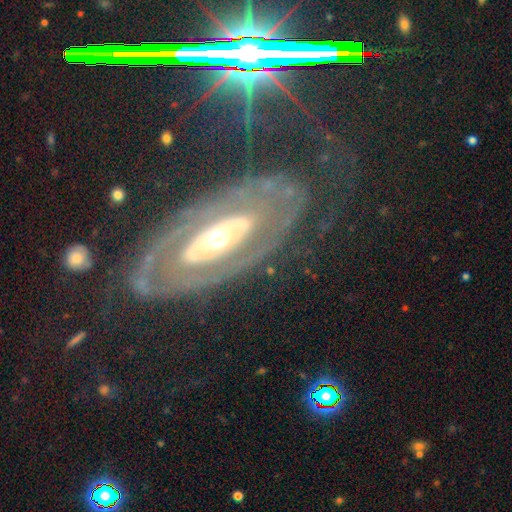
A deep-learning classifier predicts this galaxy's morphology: Smooth or featured: featured or disk — 82% (smooth — 9%)
Edge-on disk: no — 90% (yes — 10%)
Bar: no — 52% (weak — 27%)
Spiral arms: yes — 76% (no — 24%)
Spiral winding: tight — 64% (medium — 26%)
Spiral arm count: 2 — 42% (can't tell — 37%)
Bulge size: moderate — 55% (small — 35%)
Merging: none — 73% (minor disturbance — 15%)